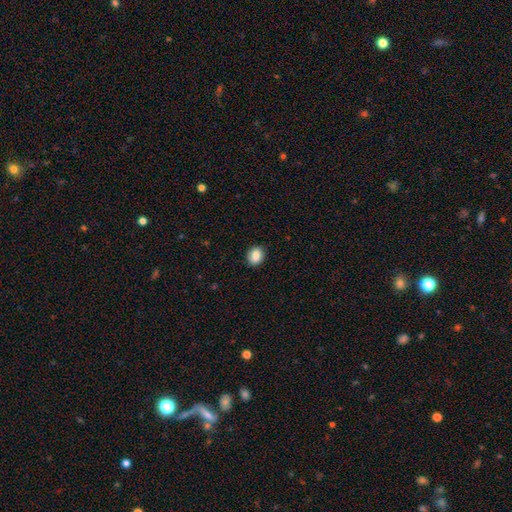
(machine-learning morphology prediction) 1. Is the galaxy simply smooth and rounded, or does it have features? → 84% smooth, 8% star or artifact, 7% featured or disk.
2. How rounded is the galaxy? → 56% round, 43% in between, 1% cigar-shaped.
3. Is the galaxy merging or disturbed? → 88% none, 9% minor disturbance, 2% major disturbance, 1% merger.